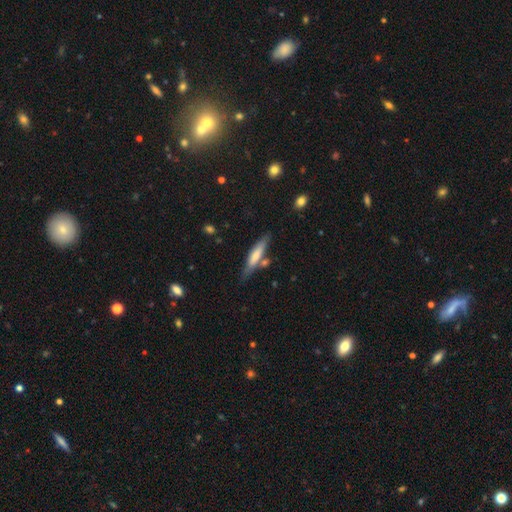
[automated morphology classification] Smooth or featured? smooth (61%)
How rounded? cigar-shaped (82%)
Merging? none (70%)